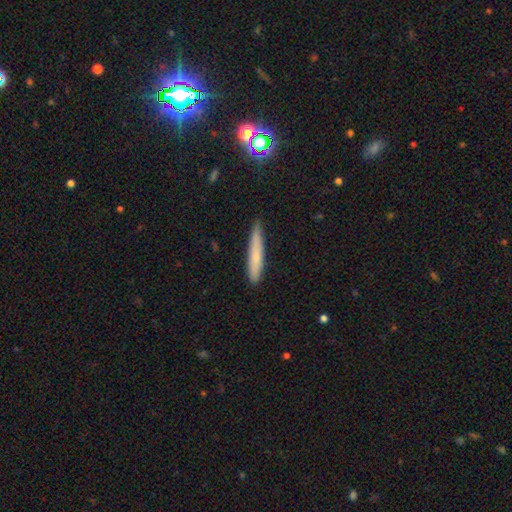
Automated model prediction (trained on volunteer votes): Smooth or featured? smooth (68%)
How rounded? cigar-shaped (93%)
Merging? none (83%)